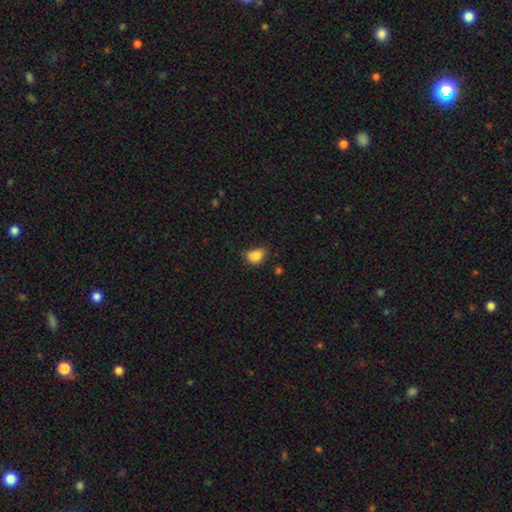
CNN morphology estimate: Smooth or featured? Predicted: smooth (p=0.83). How rounded? Predicted: in between (p=0.71). Merging? Predicted: none (p=0.49).